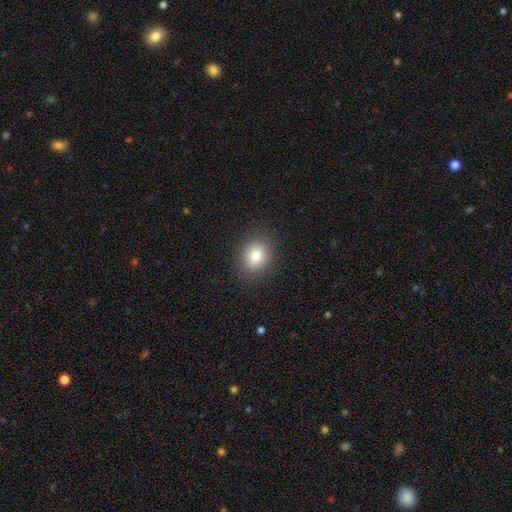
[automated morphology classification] type=smooth (82%); roundness=round (52%); merging=none (88%).